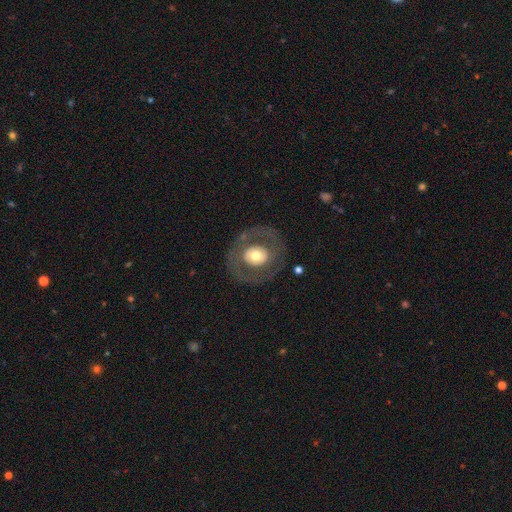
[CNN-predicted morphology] Q: Smooth or featured?
A: featured or disk (53%); runner-up: smooth (41%)
Q: Edge-on disk?
A: no (95%); runner-up: yes (5%)
Q: Bar?
A: no (82%); runner-up: weak (13%)
Q: Spiral arms?
A: no (81%); runner-up: yes (19%)
Q: Bulge size?
A: moderate (58%); runner-up: large (30%)
Q: Merging?
A: none (78%); runner-up: minor disturbance (11%)